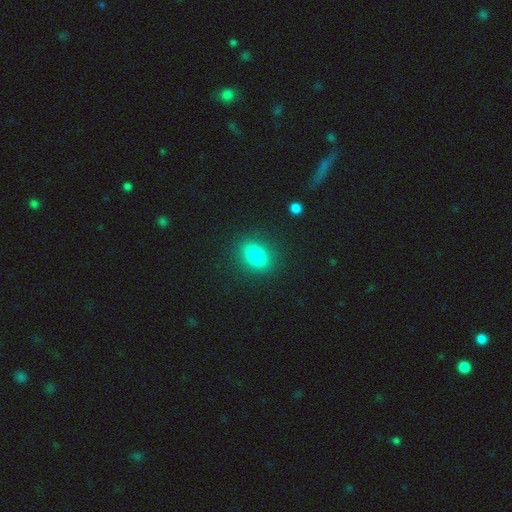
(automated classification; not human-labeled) This is clearly a smooth galaxy (80%). How rounded: likely in between (68%). Merging: clearly none (87%).